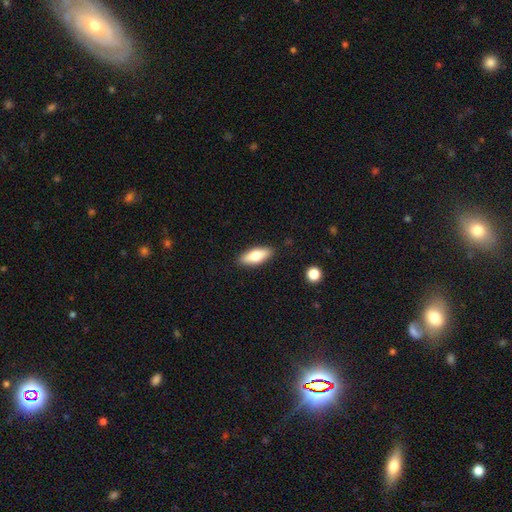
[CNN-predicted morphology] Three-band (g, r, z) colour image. It shows a smooth galaxy with no disk features (66%) that is in between round and cigar-shaped (66%). Merging: none (88%).